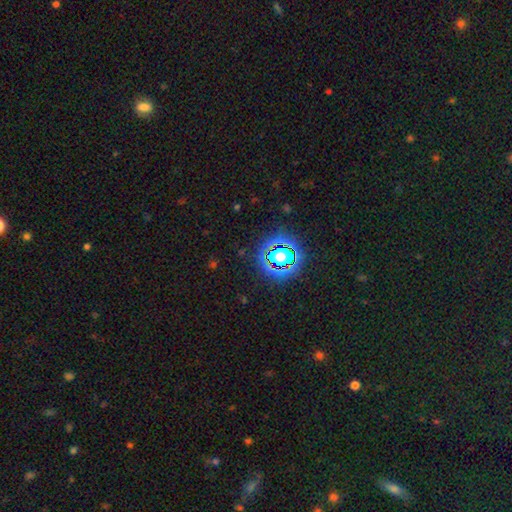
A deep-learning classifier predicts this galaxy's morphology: Smooth or featured?
  - star or artifact: 77% *
  - smooth: 14%
  - featured or disk: 9%